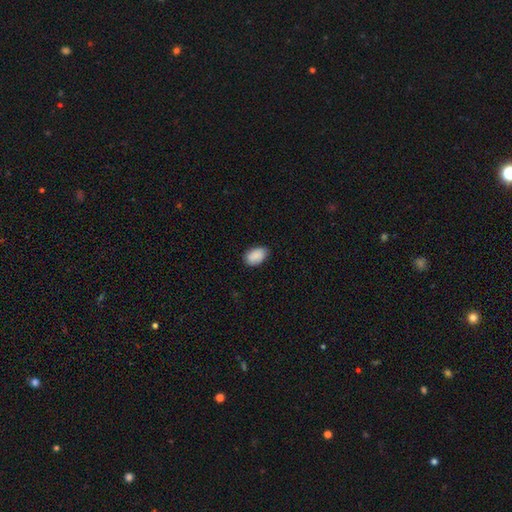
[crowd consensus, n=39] Volunteers were most divided on "merging": none: 65%, minor disturbance: 32%, major disturbance: 3%, merger: 0%. More confident: smooth or featured — smooth (87%); how rounded — in between (85%).